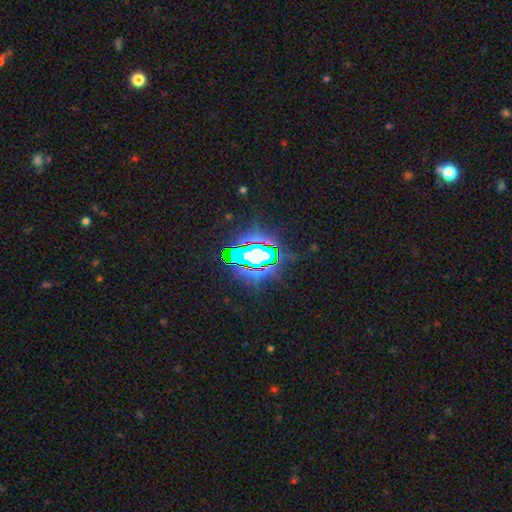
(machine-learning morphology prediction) A star or artifact, not a galaxy (73%).